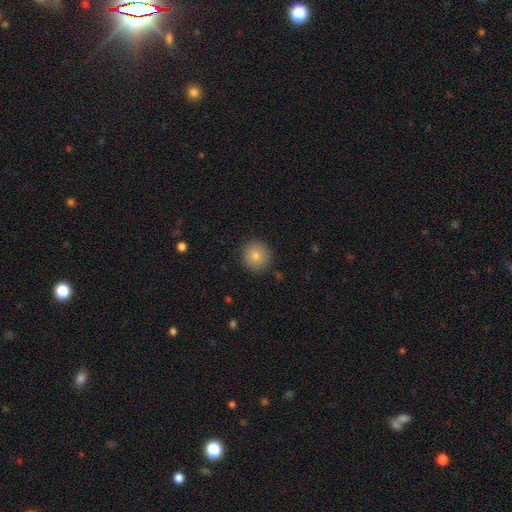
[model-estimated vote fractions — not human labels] Smooth or featured?
  - smooth: 81% *
  - star or artifact: 10%
  - featured or disk: 9%
How rounded?
  - round: 92% *
  - in between: 7%
  - cigar-shaped: 1%
Merging?
  - none: 89% *
  - minor disturbance: 7%
  - major disturbance: 2%
  - merger: 1%